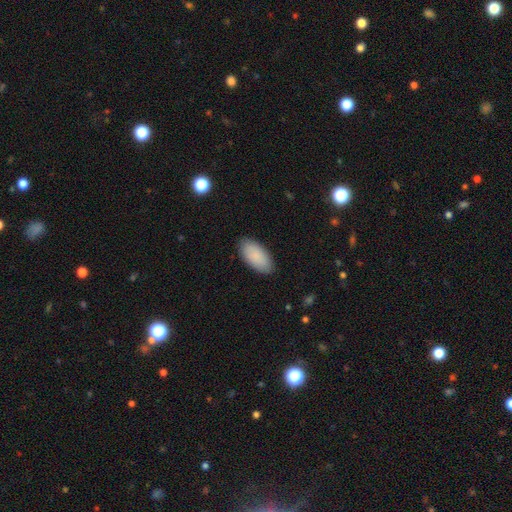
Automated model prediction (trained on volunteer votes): Smooth or featured? smooth (90%)
How rounded? in between (94%)
Merging? none (88%)